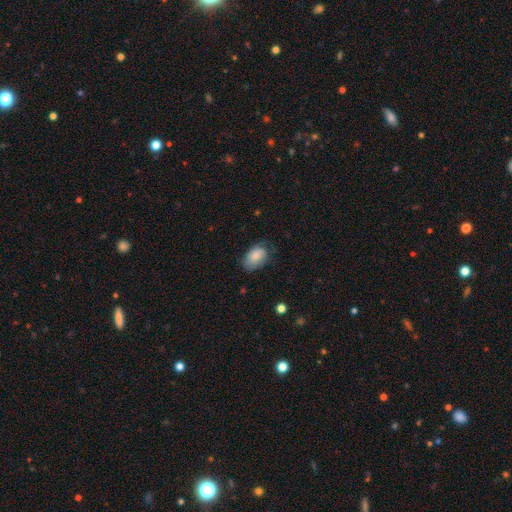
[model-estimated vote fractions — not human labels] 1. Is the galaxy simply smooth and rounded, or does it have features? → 81% smooth, 12% featured or disk, 7% star or artifact.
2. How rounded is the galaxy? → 90% in between, 9% round, 1% cigar-shaped.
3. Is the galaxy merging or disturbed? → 62% none, 29% minor disturbance, 8% major disturbance, 1% merger.